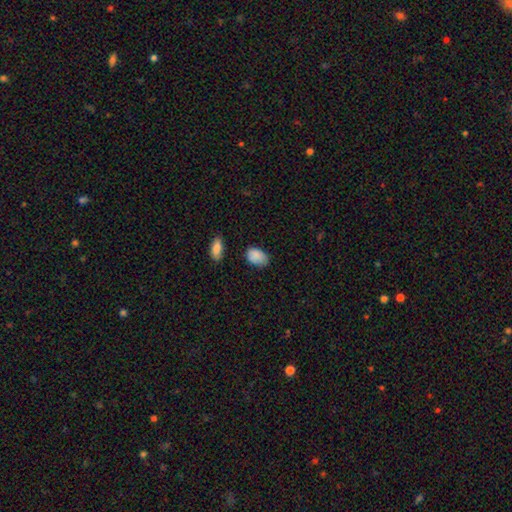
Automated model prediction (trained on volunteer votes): Smooth or featured?
  - smooth: 86% *
  - star or artifact: 8%
  - featured or disk: 5%
How rounded?
  - in between: 90% *
  - round: 9%
  - cigar-shaped: 1%
Merging?
  - none: 64% *
  - minor disturbance: 28%
  - major disturbance: 5%
  - merger: 3%